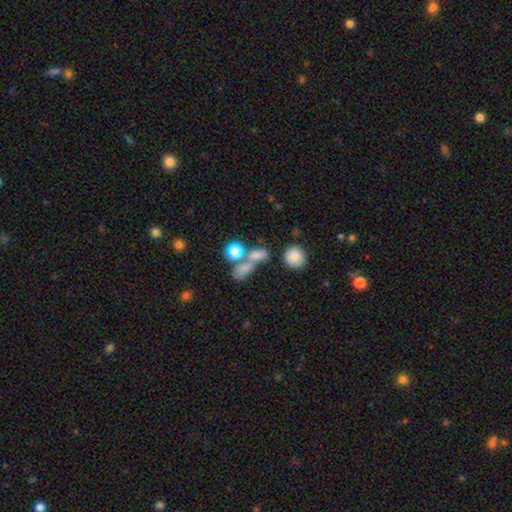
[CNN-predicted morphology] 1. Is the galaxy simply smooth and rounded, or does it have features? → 71% smooth, 16% star or artifact, 13% featured or disk.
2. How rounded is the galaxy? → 55% in between, 34% round, 11% cigar-shaped.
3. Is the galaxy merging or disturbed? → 44% merger, 39% none, 10% minor disturbance, 8% major disturbance.